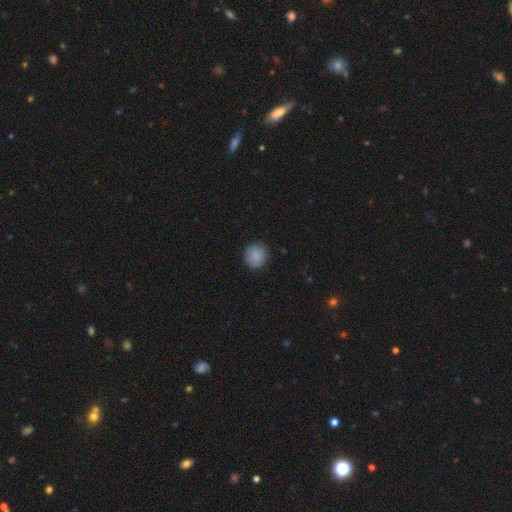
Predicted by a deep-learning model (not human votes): This appears to be a smooth galaxy with no disk features (87%) that is round (90%). Merging: none (87%).